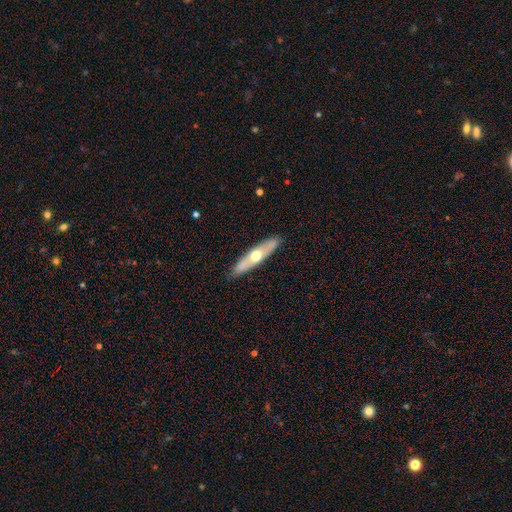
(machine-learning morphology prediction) A smooth galaxy with no disk features (48%).

Vote fractions:
- Smooth or featured? smooth: 48% / featured or disk: 47% / star or artifact: 5%
- Merging? none: 88% / minor disturbance: 9% / major disturbance: 2% / merger: 1%